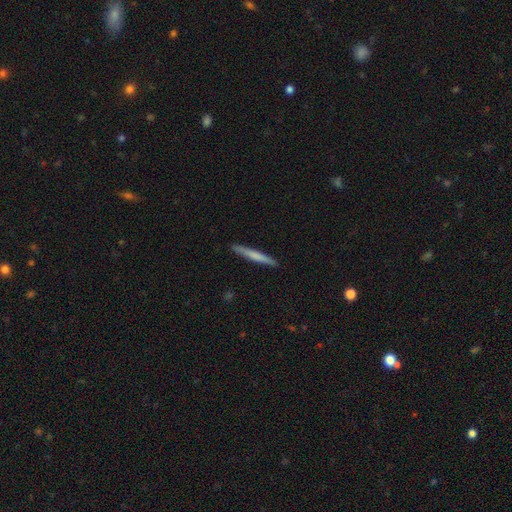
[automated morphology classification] The model was most divided on "smooth or featured": smooth: 62%, featured or disk: 33%, star or artifact: 5%. More confident: how rounded — cigar-shaped (96%); merging — none (90%).